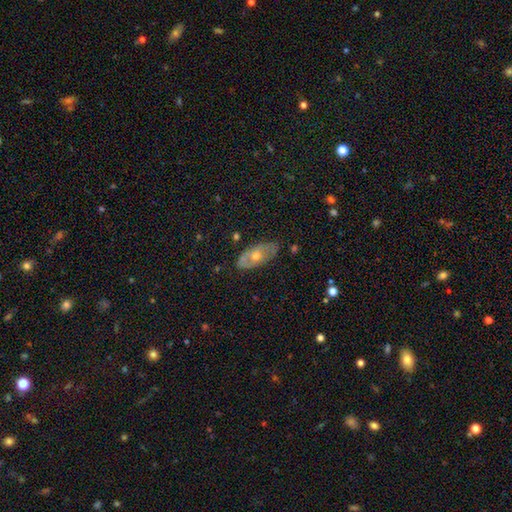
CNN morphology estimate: This appears to be a featured or disk galaxy (57%). Merging: none (77%).